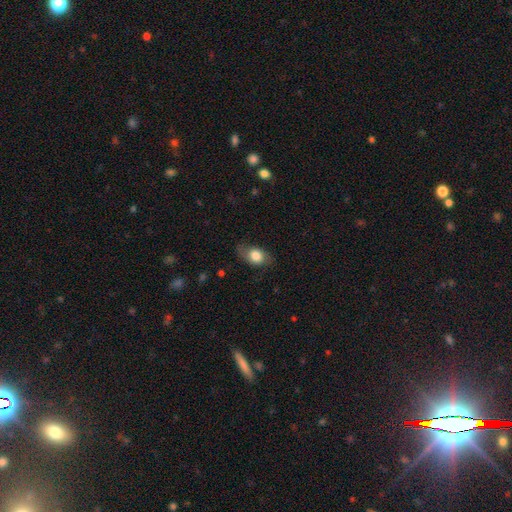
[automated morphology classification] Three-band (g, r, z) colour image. It shows a smooth galaxy with no disk features (71%) that is in between round and cigar-shaped (80%). Merging: none (71%).